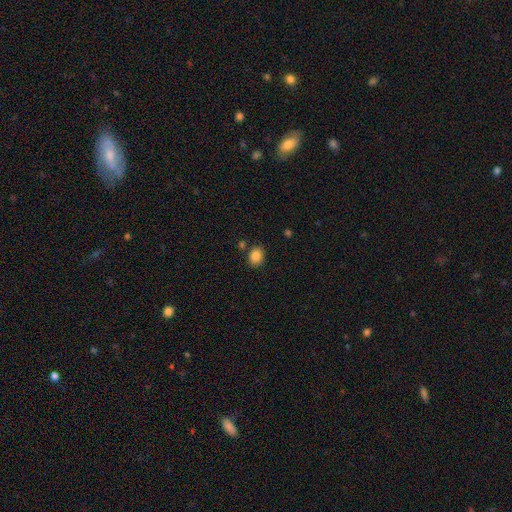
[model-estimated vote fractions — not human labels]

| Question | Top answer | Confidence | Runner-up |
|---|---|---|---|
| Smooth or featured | smooth | 85% | star or artifact (10%) |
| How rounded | in between | 56% | round (44%) |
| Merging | none | 81% | minor disturbance (11%) |